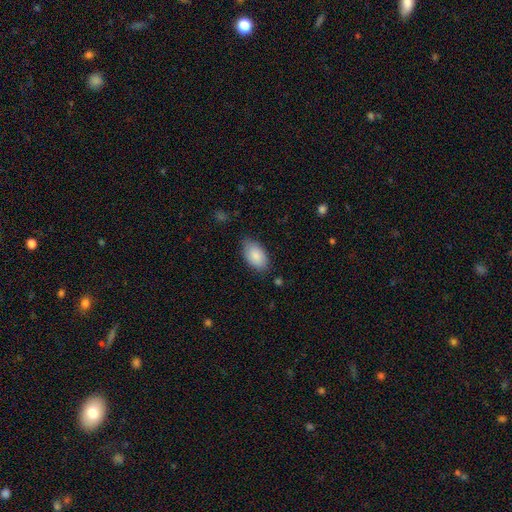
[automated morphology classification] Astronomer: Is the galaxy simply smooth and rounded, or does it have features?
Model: smooth — 87%.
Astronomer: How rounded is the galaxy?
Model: in between — 94%.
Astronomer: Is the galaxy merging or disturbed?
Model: none — 76%.